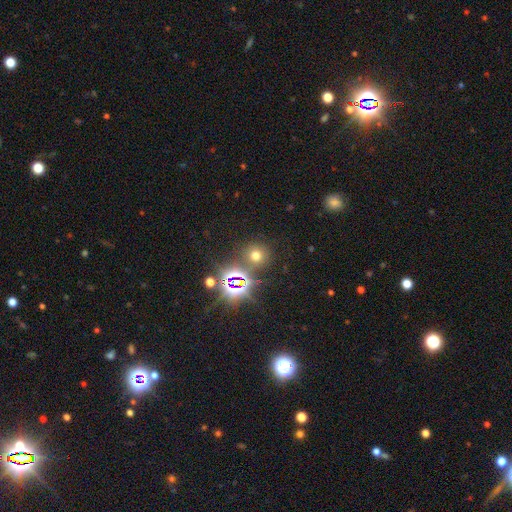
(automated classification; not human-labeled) Morphology: type=smooth (56%); roundness=round (87%); merging=none (78%).